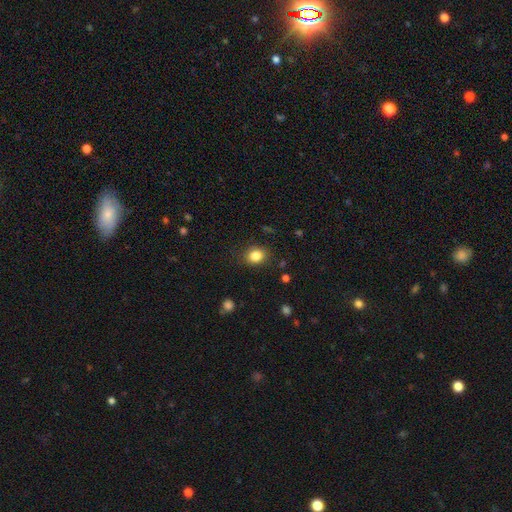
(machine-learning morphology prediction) smooth 84%, star or artifact 11%, featured or disk 5%. Down the decision tree: how rounded — round (60%); merging — none (84%).